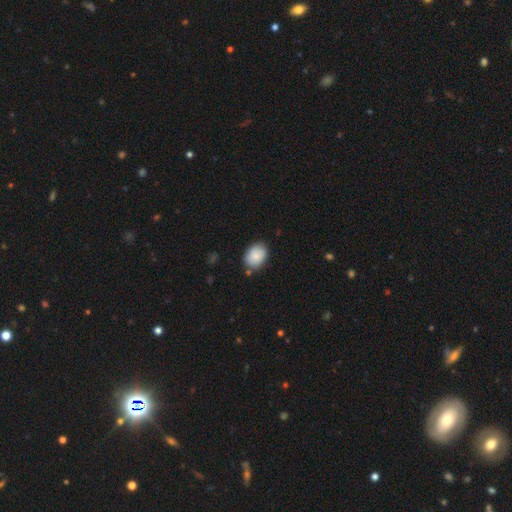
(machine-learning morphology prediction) smooth_or_featured: smooth (p=0.84) [alt: featured or disk p=0.09]
how_rounded: in between (p=0.73) [alt: round p=0.26]
merging: none (p=0.75) [alt: minor disturbance p=0.17]